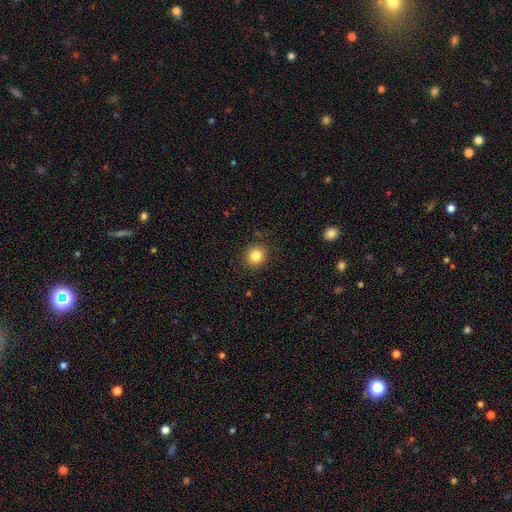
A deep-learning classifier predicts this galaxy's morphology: This appears to be a smooth galaxy with no disk features (83%) that is round (86%). Merging: none (90%).